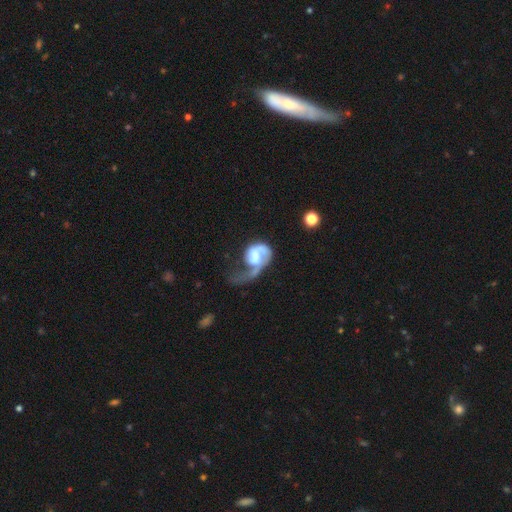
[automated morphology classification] Smooth or featured? Predicted: featured or disk (p=0.67). Edge-on disk? Predicted: no (p=0.98). Bar? Predicted: no (p=0.54). Spiral arms? Predicted: yes (p=0.83). Spiral winding? Predicted: loose (p=0.55). Spiral arm count? Predicted: 1 (p=0.76). Bulge size? Predicted: moderate (p=0.25). Merging? Predicted: major disturbance (p=0.62).